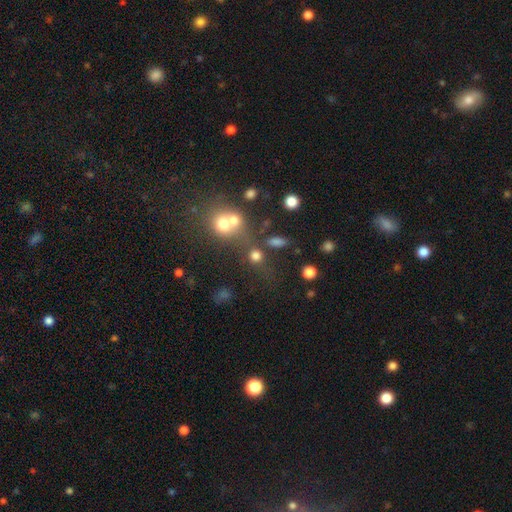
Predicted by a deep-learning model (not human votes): Smooth or featured? Predicted: smooth (p=0.75). How rounded? Predicted: round (p=0.71). Merging? Predicted: none (p=0.55).